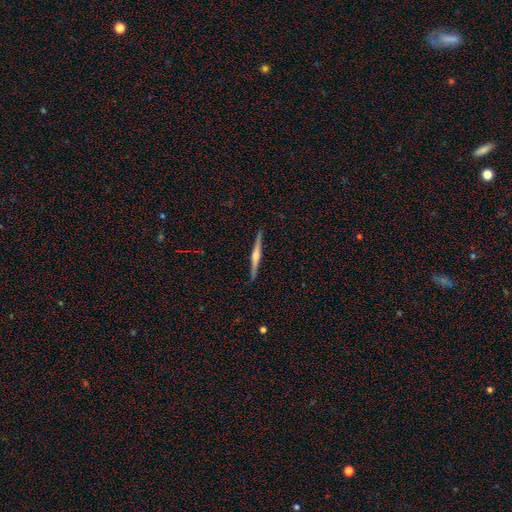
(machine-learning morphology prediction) Q: Smooth or featured?
A: featured or disk (77%); runner-up: smooth (18%)
Q: Edge-on disk?
A: yes (98%); runner-up: no (2%)
Q: Edge-on bulge?
A: rounded (80%); runner-up: boxy (11%)
Q: Merging?
A: none (92%); runner-up: minor disturbance (6%)